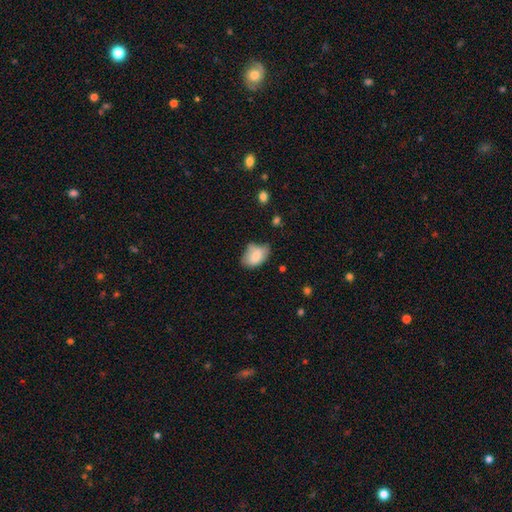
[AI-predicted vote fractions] smooth-or-featured: smooth: 78% | featured or disk: 14% | star or artifact: 8%
  how-rounded: in between: 86% | round: 13% | cigar-shaped: 1%
  merging: none: 46% | minor disturbance: 39% | major disturbance: 10% | merger: 6%